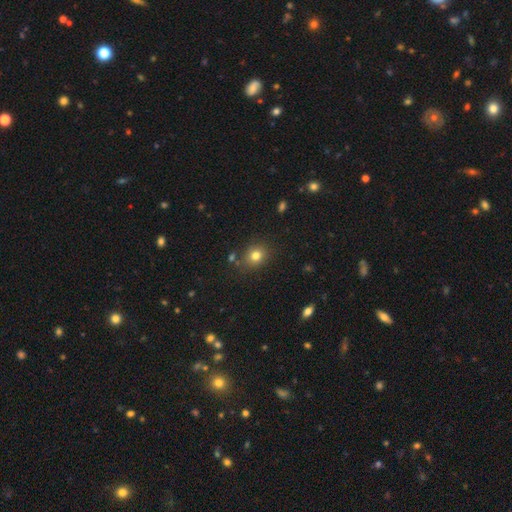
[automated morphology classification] Smooth or featured?
  - smooth: 78% *
  - star or artifact: 14%
  - featured or disk: 8%
How rounded?
  - round: 70% *
  - in between: 29%
  - cigar-shaped: 1%
Merging?
  - none: 82% *
  - minor disturbance: 11%
  - merger: 5%
  - major disturbance: 3%